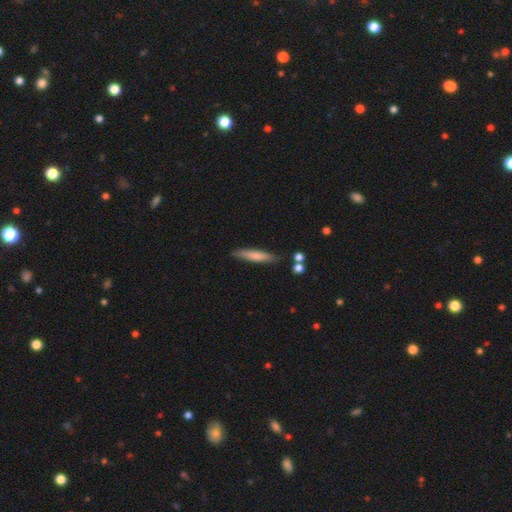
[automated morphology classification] Q: Smooth or featured?
A: smooth (73%); runner-up: featured or disk (21%)
Q: How rounded?
A: cigar-shaped (88%); runner-up: in between (11%)
Q: Merging?
A: none (82%); runner-up: minor disturbance (12%)